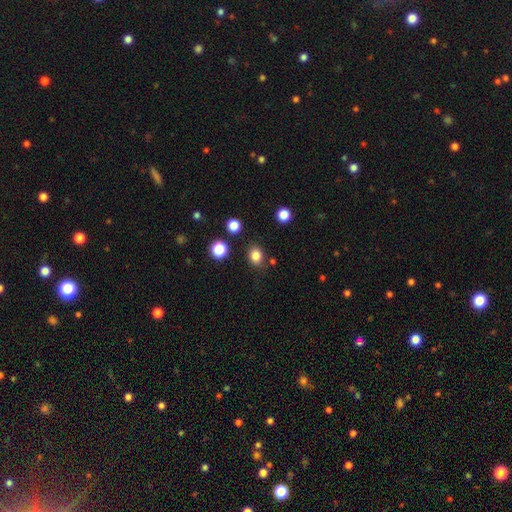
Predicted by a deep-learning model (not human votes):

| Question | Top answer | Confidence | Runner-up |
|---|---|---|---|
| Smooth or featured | smooth | 83% | star or artifact (12%) |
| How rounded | round | 55% | in between (44%) |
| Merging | none | 82% | minor disturbance (11%) |